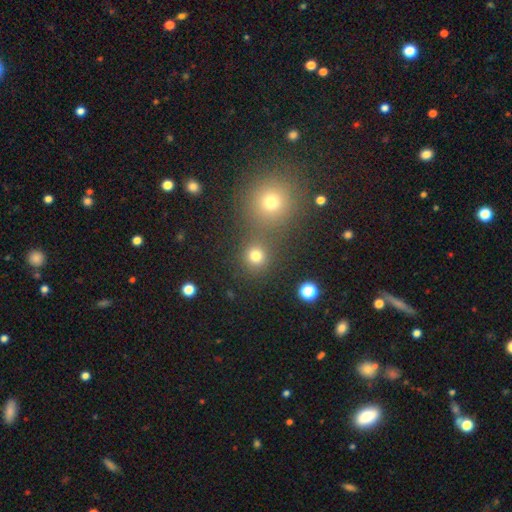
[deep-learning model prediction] Smooth or featured? smooth (76%)
How rounded? round (90%)
Merging? none (70%)